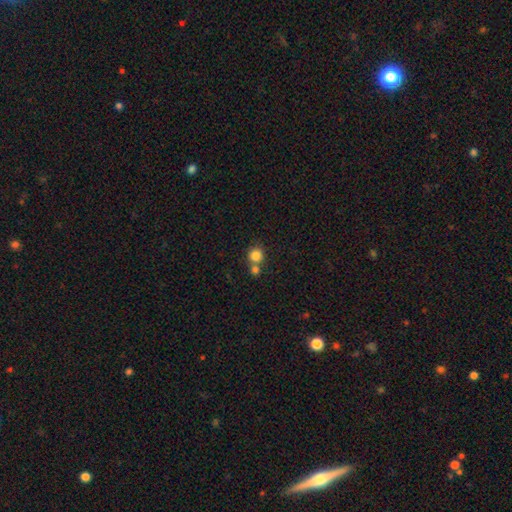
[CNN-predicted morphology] Smooth or featured? smooth (83%)
How rounded? round (91%)
Merging? none (54%)